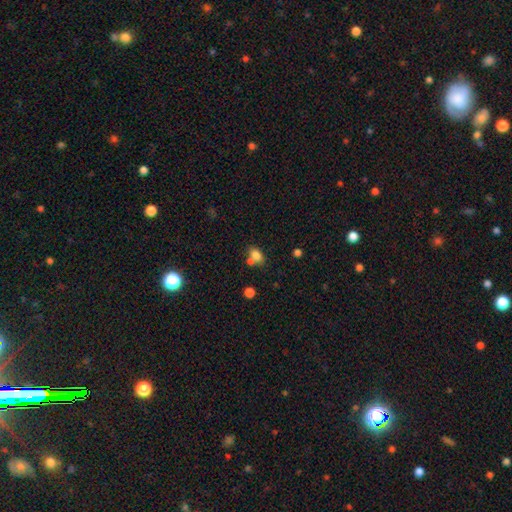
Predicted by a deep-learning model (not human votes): Smooth or featured? Predicted: smooth (p=0.79). How rounded? Predicted: in between (p=0.78). Merging? Predicted: none (p=0.51).